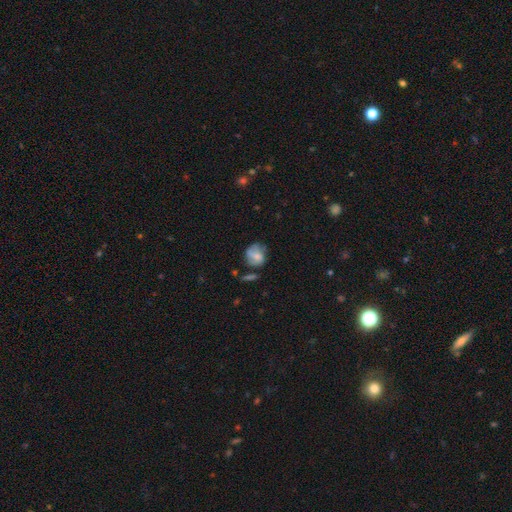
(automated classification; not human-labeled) smooth 61%, featured or disk 30%, star or artifact 9%. Down the decision tree: how rounded — round (66%); merging — none (49%).